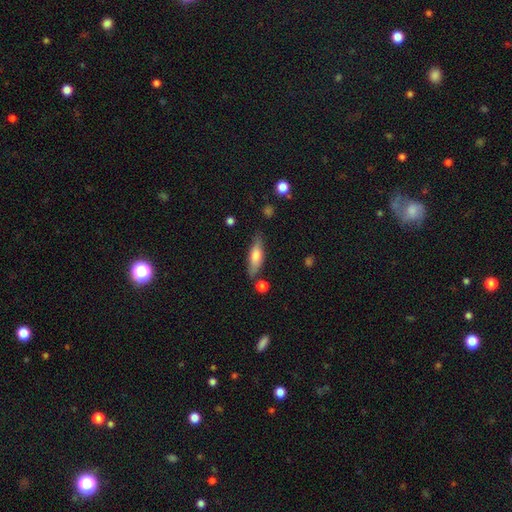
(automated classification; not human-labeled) This appears to be a smooth galaxy with no disk features (58%) that is cigar-shaped (55%). Merging: none (76%).